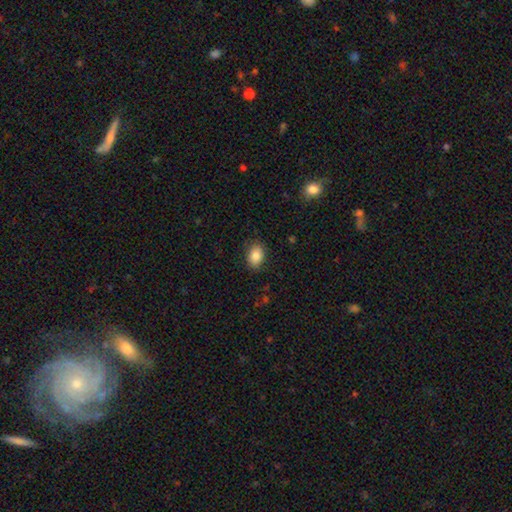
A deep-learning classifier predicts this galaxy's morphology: The model was most divided on "how rounded": in between: 79%, round: 20%, cigar-shaped: 1%. More confident: smooth or featured — smooth (85%); merging — none (85%).